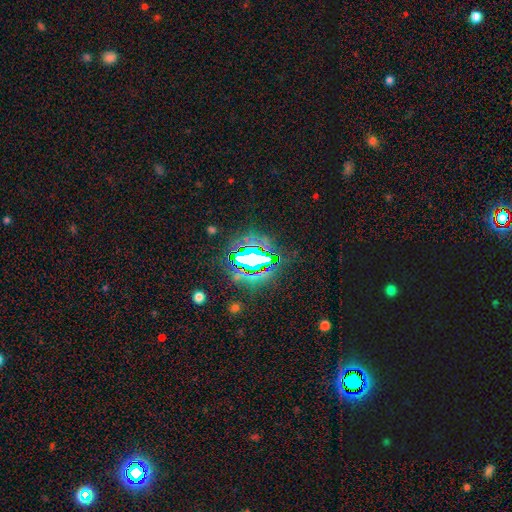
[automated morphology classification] The model was most divided on "smooth or featured": star or artifact: 73%, smooth: 15%, featured or disk: 12%.